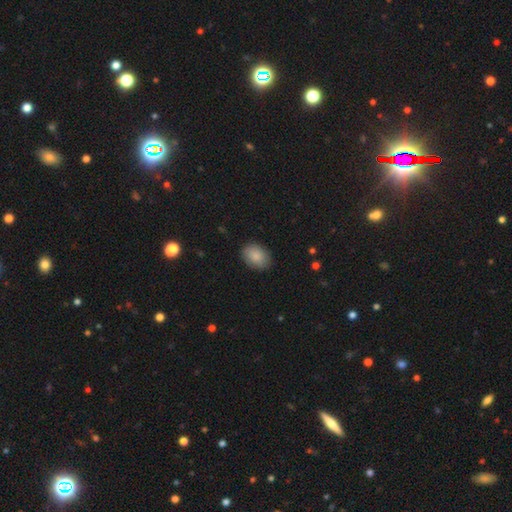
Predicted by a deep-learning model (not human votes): The model was most divided on "how rounded": in between: 77%, round: 22%, cigar-shaped: 1%. More confident: smooth or featured — smooth (87%); merging — none (86%).